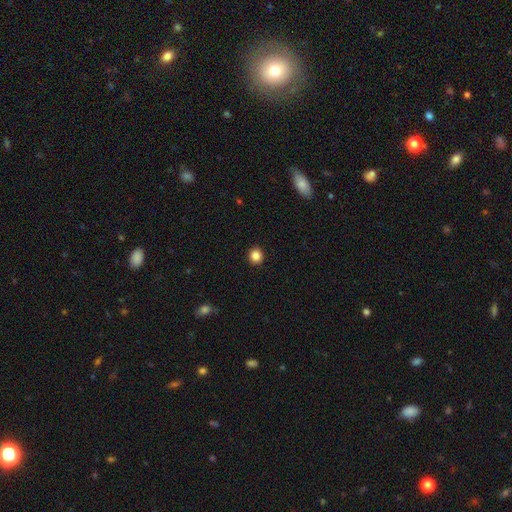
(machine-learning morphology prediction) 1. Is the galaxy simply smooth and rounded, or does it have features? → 86% smooth, 10% star or artifact, 4% featured or disk.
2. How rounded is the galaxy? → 91% round, 8% in between, 1% cigar-shaped.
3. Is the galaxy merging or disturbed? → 93% none, 4% minor disturbance, 2% major disturbance, 1% merger.